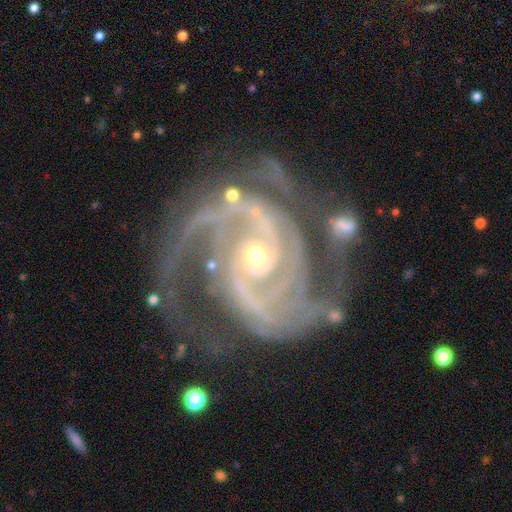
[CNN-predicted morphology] Smooth or featured? featured or disk (93%)
Edge-on disk? no (98%)
Bar? no (56%)
Spiral arms? yes (99%)
Spiral winding? tight (51%)
Spiral arm count? 2 (51%)
Bulge size? small (68%)
Merging? none (60%)